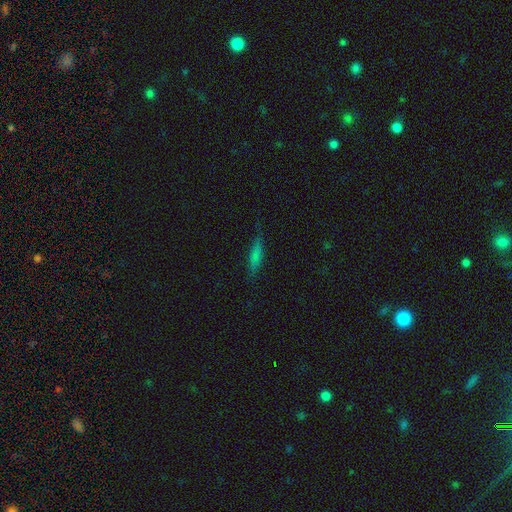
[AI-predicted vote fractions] Smooth or featured? Predicted: smooth (p=0.63). How rounded? Predicted: cigar-shaped (p=0.80). Merging? Predicted: none (p=0.79).